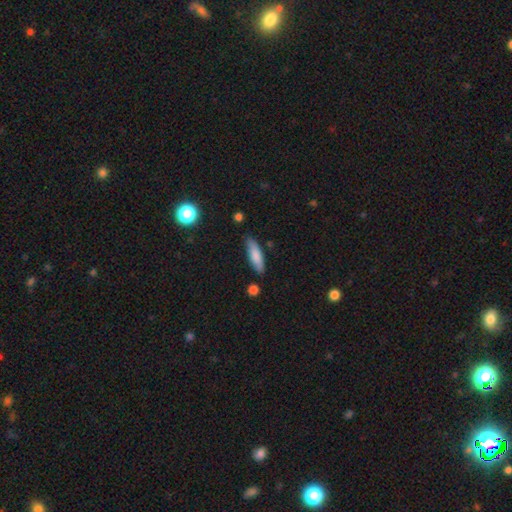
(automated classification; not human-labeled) A smooth galaxy with no disk features (80%) that is cigar-shaped (63%).

Vote fractions:
- Smooth or featured? smooth: 80% / featured or disk: 13% / star or artifact: 6%
- How rounded? cigar-shaped: 63% / in between: 35% / round: 2%
- Merging? none: 81% / minor disturbance: 14% / merger: 3% / major disturbance: 2%